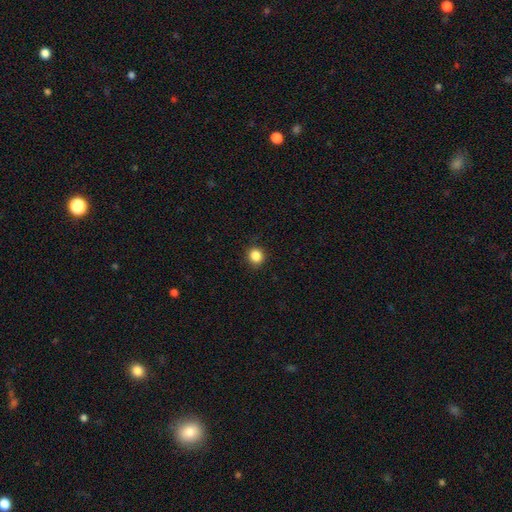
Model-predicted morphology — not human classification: smooth 86%, star or artifact 11%, featured or disk 3%. Down the decision tree: how rounded — round (90%); merging — none (91%).